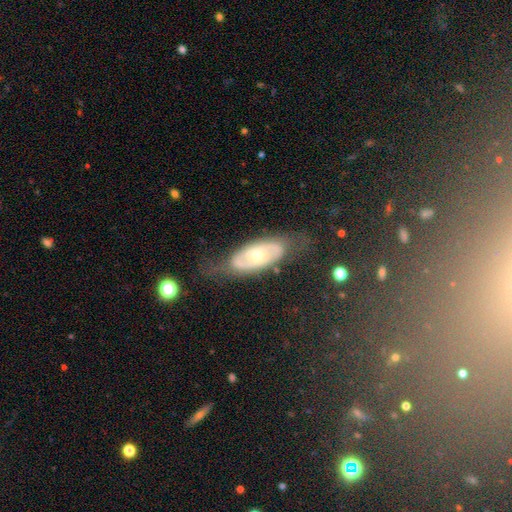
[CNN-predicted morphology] Smooth or featured?
  - featured or disk: 73% *
  - smooth: 21%
  - star or artifact: 6%
Edge-on disk?
  - no: 90% *
  - yes: 10%
Bar?
  - no: 65% *
  - weak: 26%
  - strong: 9%
Spiral arms?
  - yes: 74% *
  - no: 26%
Bulge size?
  - small: 51% *
  - moderate: 44%
  - large: 3%
  - none: 1%
  - dominant: 1%
Merging?
  - none: 62% *
  - minor disturbance: 23%
  - major disturbance: 13%
  - merger: 2%